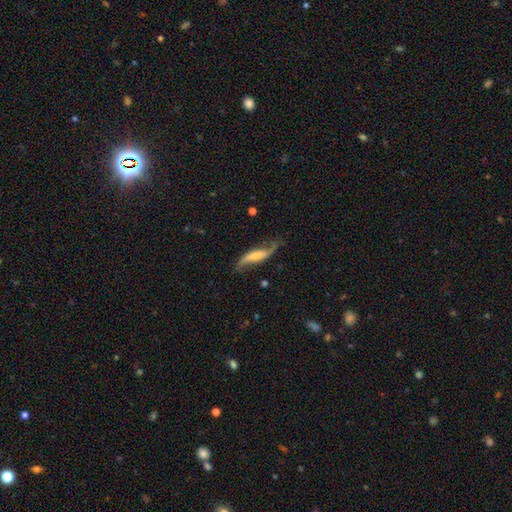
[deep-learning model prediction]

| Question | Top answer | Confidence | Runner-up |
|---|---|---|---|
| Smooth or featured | featured or disk | 71% | smooth (22%) |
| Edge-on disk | no | 79% | yes (21%) |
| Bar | no | 42% | weak (33%) |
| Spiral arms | yes | 92% | no (8%) |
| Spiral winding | loose | 85% | medium (12%) |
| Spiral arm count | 2 | 89% | 1 (5%) |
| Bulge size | none | 31% | tied: small (31%) |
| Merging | none | 63% | minor disturbance (23%) |